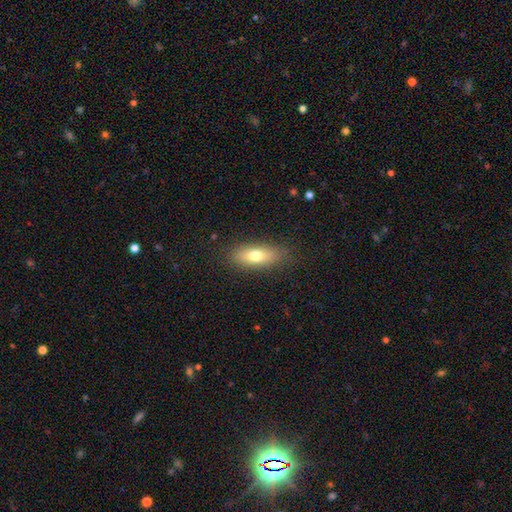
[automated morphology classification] Smooth or featured? smooth (73%)
How rounded? in between (72%)
Merging? none (83%)